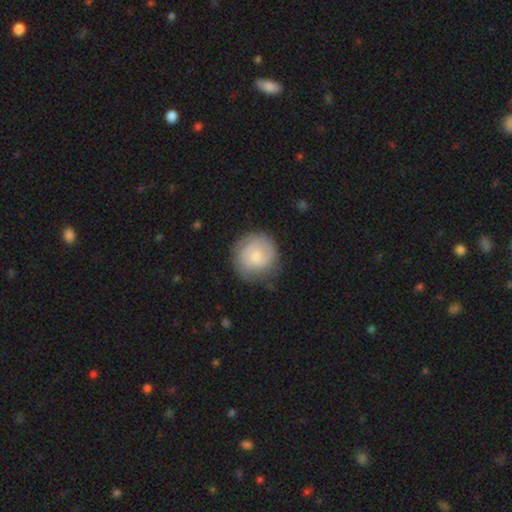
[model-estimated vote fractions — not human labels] This appears to be a smooth galaxy with no disk features (53%) that is round (92%). Merging: none (72%).